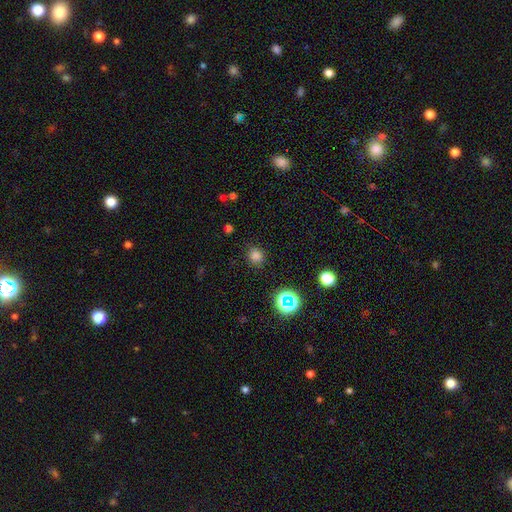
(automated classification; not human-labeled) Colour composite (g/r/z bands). It shows a smooth galaxy with no disk features (76%) that is round (86%). Merging: none (87%).